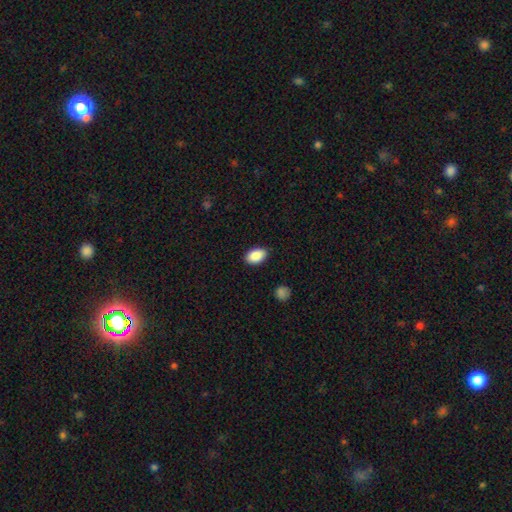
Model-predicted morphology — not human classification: smooth_or_featured: smooth (p=0.89) [alt: star or artifact p=0.07]
how_rounded: in between (p=0.90) [alt: round p=0.09]
merging: none (p=0.87) [alt: minor disturbance p=0.10]